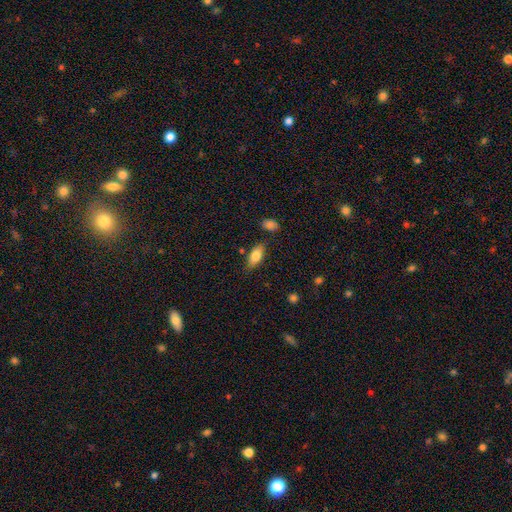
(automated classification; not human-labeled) smooth 79%, featured or disk 14%, star or artifact 7%. Down the decision tree: how rounded — in between (85%); merging — none (77%).